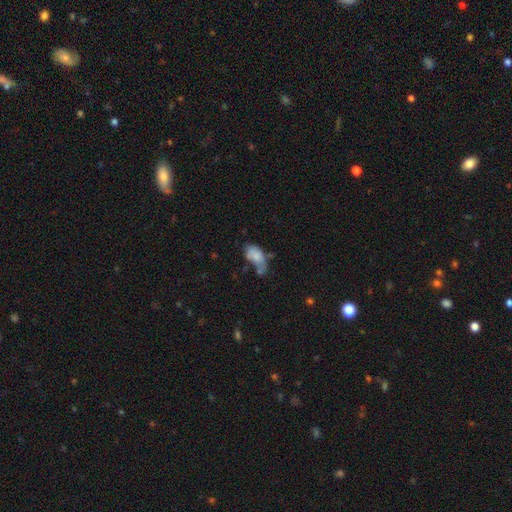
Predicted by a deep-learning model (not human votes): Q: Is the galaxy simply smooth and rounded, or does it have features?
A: smooth — 73%.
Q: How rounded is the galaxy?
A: in between — 90%.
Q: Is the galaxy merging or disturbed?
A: minor disturbance — 28%.